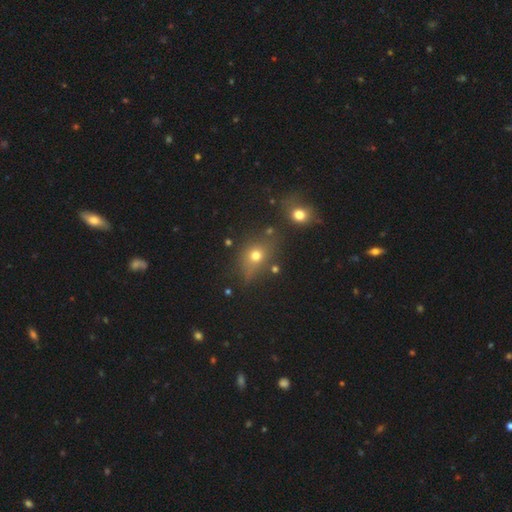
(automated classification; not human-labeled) Q: Smooth or featured?
A: smooth (65%); runner-up: star or artifact (21%)
Q: How rounded?
A: round (49%); runner-up: in between (47%)
Q: Merging?
A: none (67%); runner-up: minor disturbance (15%)